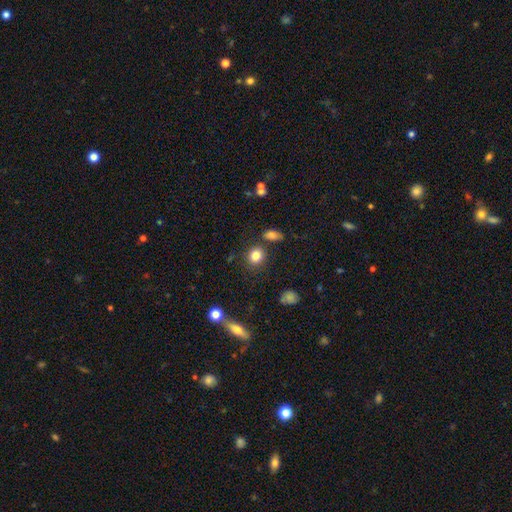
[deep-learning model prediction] Overall: smooth (84%). How rounded: round (70%). Merging: none (77%).